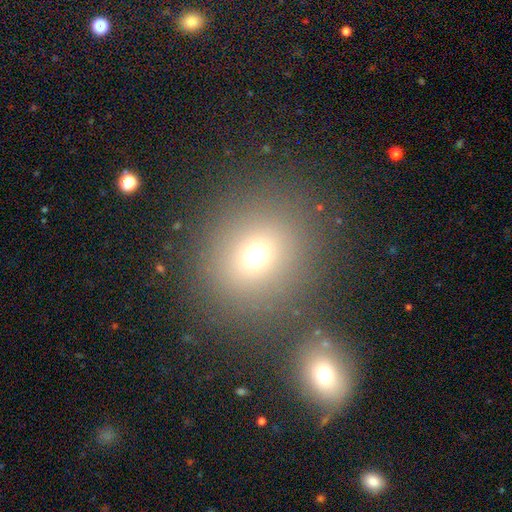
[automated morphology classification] A smooth galaxy with no disk features (68%) that is round (82%).

Vote fractions:
- Smooth or featured? smooth: 68% / star or artifact: 22% / featured or disk: 9%
- How rounded? round: 82% / in between: 17% / cigar-shaped: 1%
- Merging? none: 80% / minor disturbance: 8% / merger: 6% / major disturbance: 6%